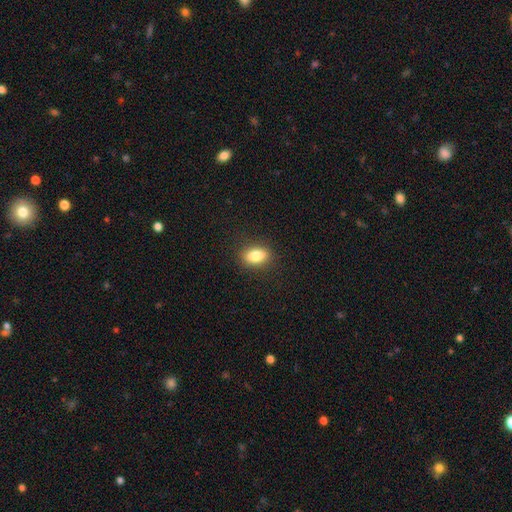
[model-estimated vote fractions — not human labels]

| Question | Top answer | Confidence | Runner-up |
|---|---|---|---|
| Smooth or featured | smooth | 83% | star or artifact (9%) |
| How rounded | in between | 82% | round (13%) |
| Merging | none | 88% | minor disturbance (9%) |